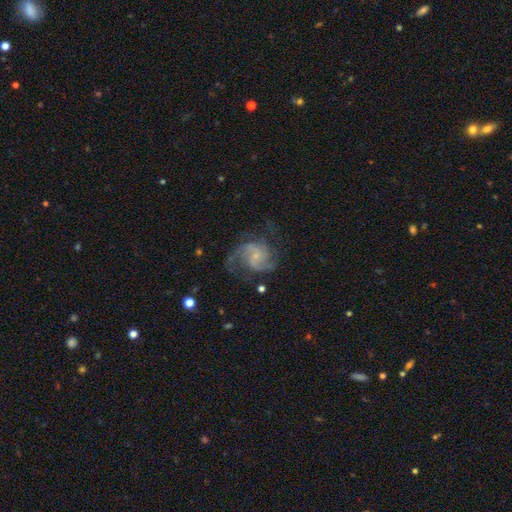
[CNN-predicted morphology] A featured or disk galaxy (85%) with no bar (64%), 2 (56%) medium (52%) spiral arms (96%) and a small central bulge (74%).

Vote fractions:
- Smooth or featured? featured or disk: 85% / smooth: 9% / star or artifact: 6%
- Edge-on disk? no: 98% / yes: 2%
- Bar? no: 64% / weak: 31% / strong: 5%
- Spiral arms? yes: 96% / no: 4%
- Spiral winding? medium: 52% / tight: 28% / loose: 20%
- Spiral arm count? 2: 56% / 3: 19% / can't tell: 12% / 1: 5% / 4: 4% / more than 4: 4%
- Bulge size? small: 74% / moderate: 14% / none: 10% / large: 1% / dominant: 1%
- Merging? none: 61% / minor disturbance: 20% / major disturbance: 17% / merger: 2%